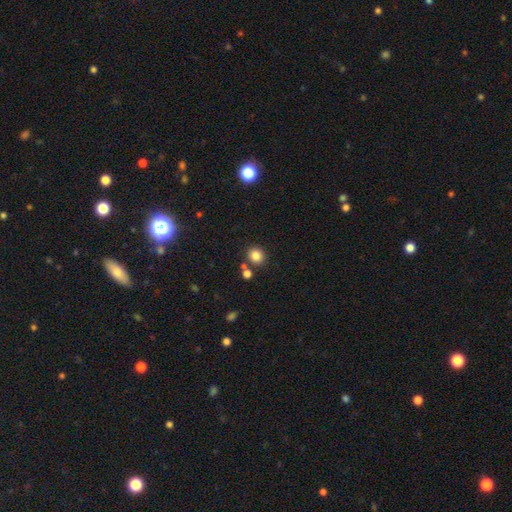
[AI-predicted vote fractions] Smooth or featured? Predicted: smooth (p=0.83). How rounded? Predicted: round (p=0.80). Merging? Predicted: none (p=0.77).